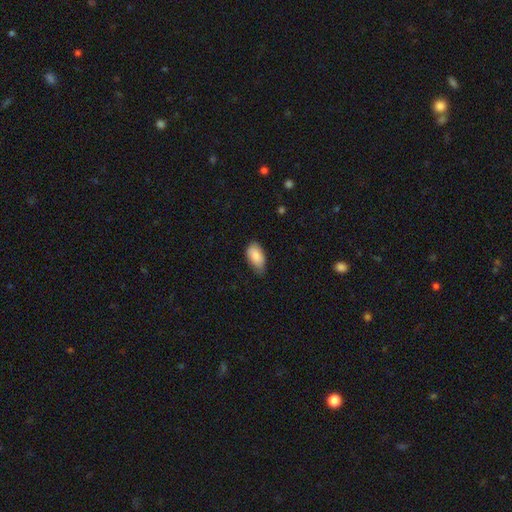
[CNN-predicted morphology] smooth-or-featured: smooth: 85% | featured or disk: 9% | star or artifact: 6%
  how-rounded: in between: 94% | round: 3% | cigar-shaped: 3%
  merging: none: 62% | minor disturbance: 33% | major disturbance: 4% | merger: 1%